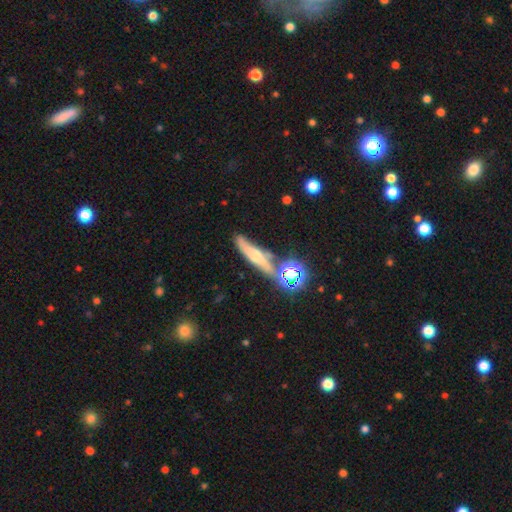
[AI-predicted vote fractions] This appears to be a featured or disk galaxy (44%). Merging: none (68%).